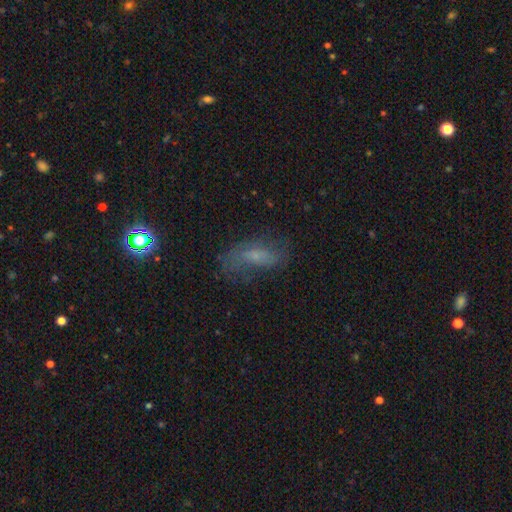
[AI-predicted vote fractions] A smooth galaxy with no disk features (46%).

Vote fractions:
- Smooth or featured? smooth: 46% / featured or disk: 36% / star or artifact: 18%
- Merging? none: 54% / minor disturbance: 24% / major disturbance: 19% / merger: 2%